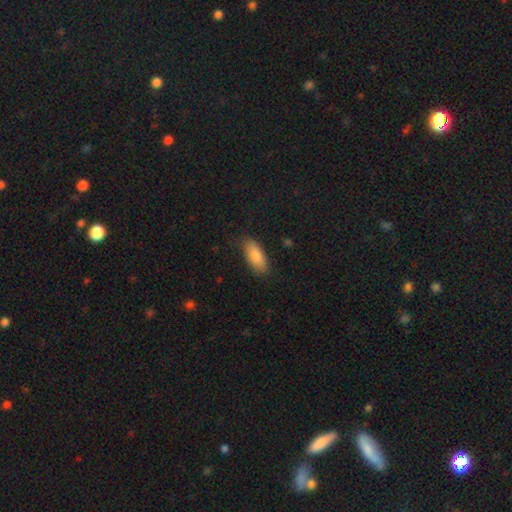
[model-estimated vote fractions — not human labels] Smooth or featured? smooth (86%)
How rounded? in between (83%)
Merging? none (82%)